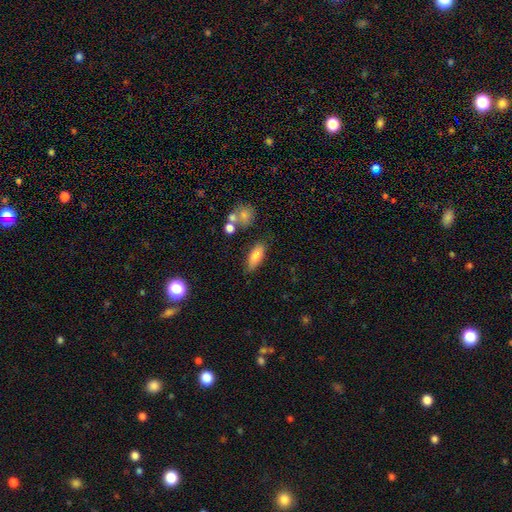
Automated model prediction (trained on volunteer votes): This appears to be a smooth galaxy with no disk features (81%) that is in between round and cigar-shaped (72%). Merging: none (74%).